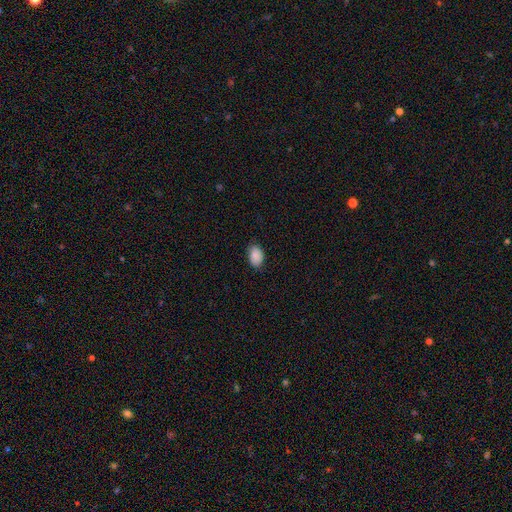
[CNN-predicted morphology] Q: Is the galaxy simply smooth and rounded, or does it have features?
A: smooth — 88%.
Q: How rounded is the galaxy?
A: in between — 87%.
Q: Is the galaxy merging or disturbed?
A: none — 80%.